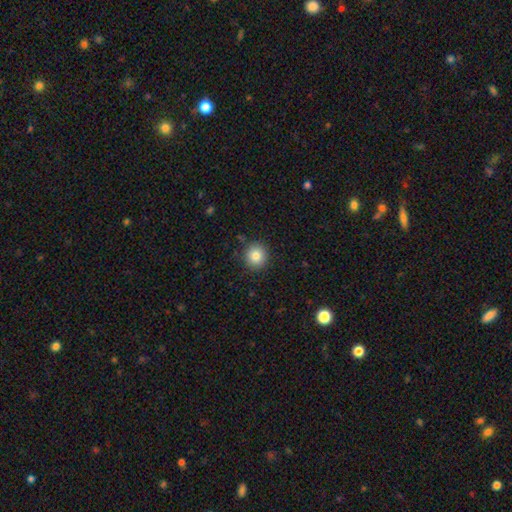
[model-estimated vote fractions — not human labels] Smooth or featured?
  - smooth: 84% *
  - star or artifact: 10%
  - featured or disk: 6%
How rounded?
  - round: 92% *
  - in between: 7%
  - cigar-shaped: 1%
Merging?
  - none: 90% *
  - minor disturbance: 7%
  - major disturbance: 2%
  - merger: 1%